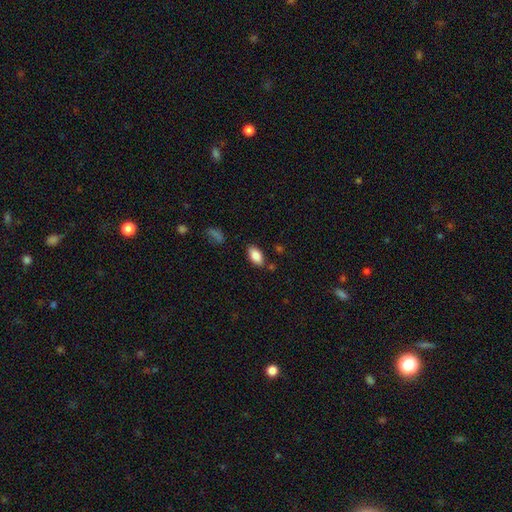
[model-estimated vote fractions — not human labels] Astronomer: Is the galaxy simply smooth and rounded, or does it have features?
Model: smooth — 85%.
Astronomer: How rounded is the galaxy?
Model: in between — 93%.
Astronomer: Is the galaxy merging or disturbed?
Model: none — 81%.